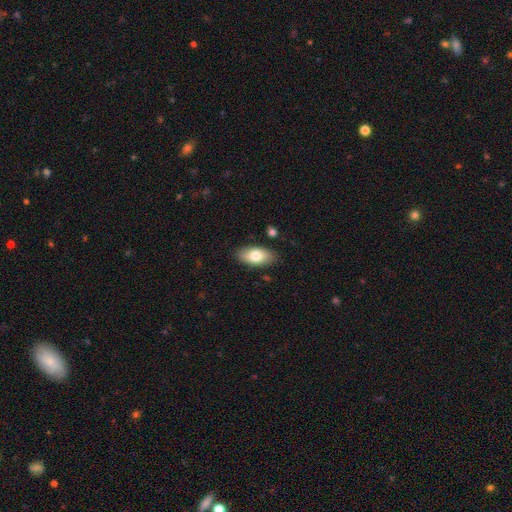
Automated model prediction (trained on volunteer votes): Morphology: type=smooth (77%); roundness=in between (91%); merging=none (85%).